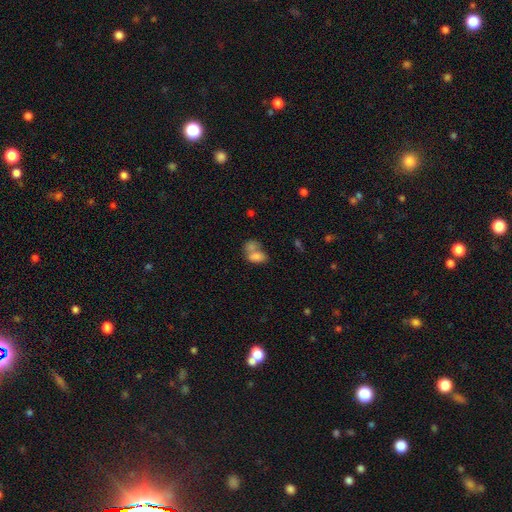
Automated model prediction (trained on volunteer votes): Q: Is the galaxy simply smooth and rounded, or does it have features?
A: smooth — 77%.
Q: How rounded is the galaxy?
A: in between — 86%.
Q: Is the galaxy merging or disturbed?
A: merger — 61%.